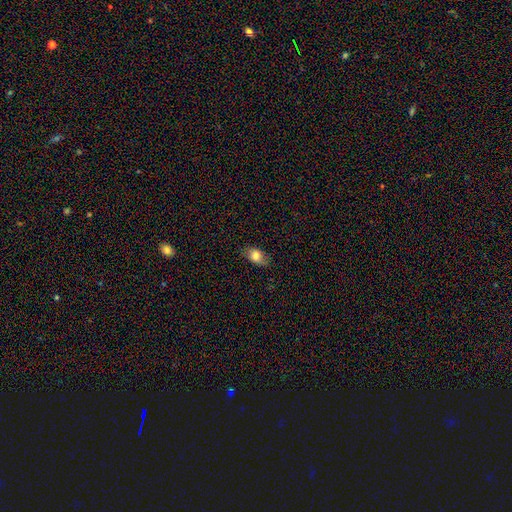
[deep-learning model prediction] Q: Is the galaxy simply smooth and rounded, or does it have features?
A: smooth — 78%.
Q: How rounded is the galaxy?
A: in between — 86%.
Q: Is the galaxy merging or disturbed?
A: none — 78%.